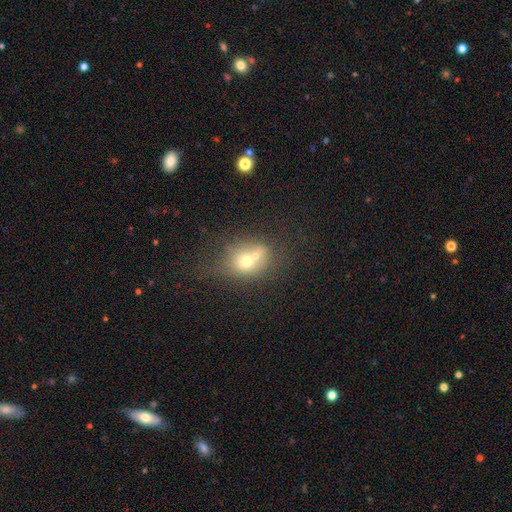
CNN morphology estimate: Smooth or featured: smooth — 61% (featured or disk — 25%)
How rounded: round — 64% (in between — 34%)
Merging: merger — 59% (none — 26%)